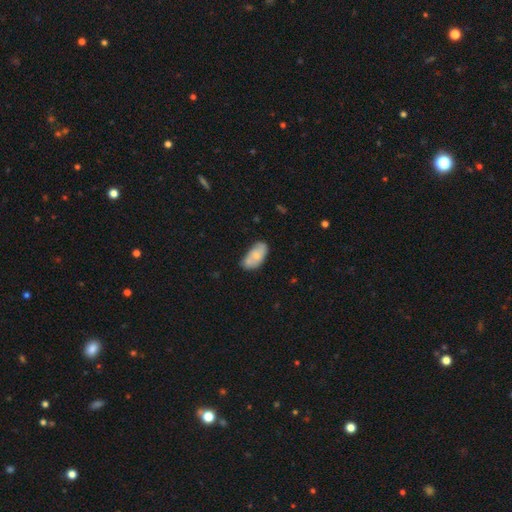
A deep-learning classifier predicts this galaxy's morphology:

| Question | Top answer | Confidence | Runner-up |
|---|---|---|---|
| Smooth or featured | smooth | 65% | featured or disk (28%) |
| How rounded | in between | 93% | round (4%) |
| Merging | none | 51% | minor disturbance (30%) |